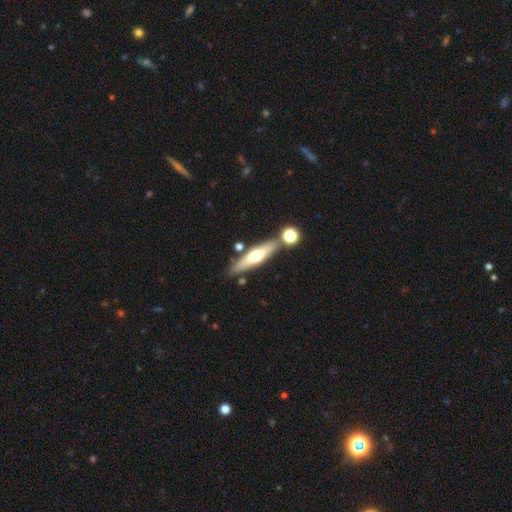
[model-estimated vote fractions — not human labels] Smooth or featured? featured or disk (47%, tied with smooth)
Merging? none (78%)